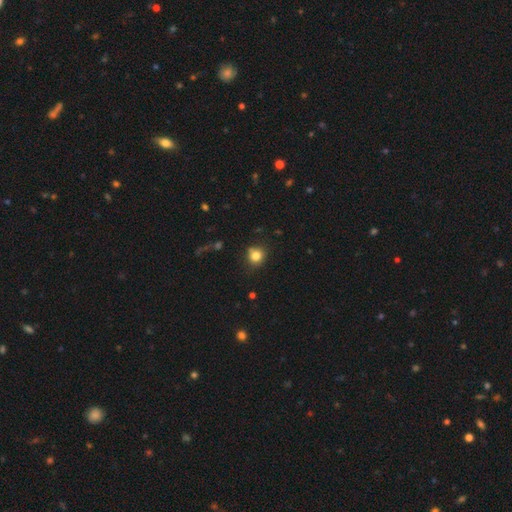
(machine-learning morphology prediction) A smooth galaxy with no disk features (81%) that is round (85%). Merging: none (76%).